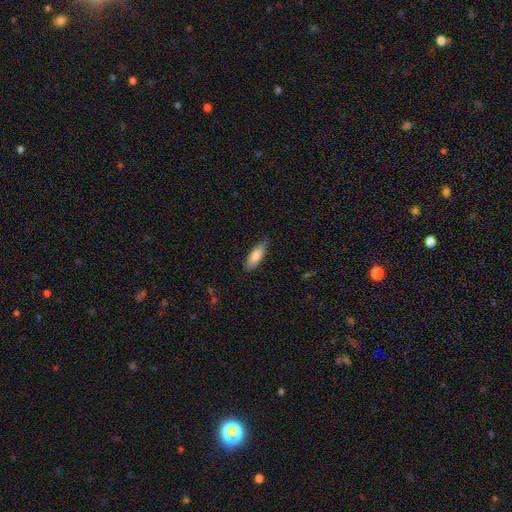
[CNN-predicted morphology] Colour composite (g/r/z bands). It shows a smooth galaxy with no disk features (83%) that is in between round and cigar-shaped (63%). Merging: none (80%).